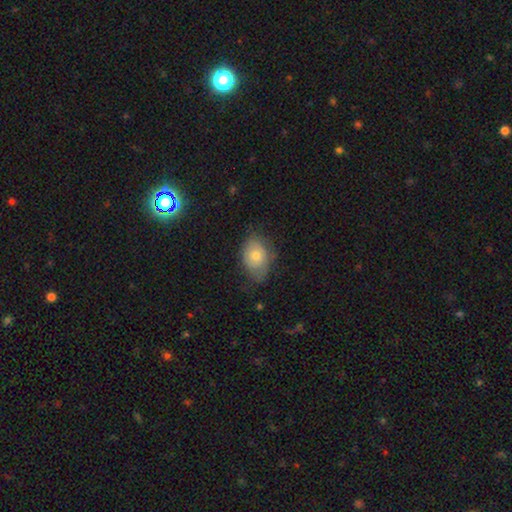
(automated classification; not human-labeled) smooth_or_featured: smooth (p=0.71) [alt: featured or disk p=0.20]
how_rounded: in between (p=0.79) [alt: round p=0.20]
merging: none (p=0.60) [alt: minor disturbance p=0.31]